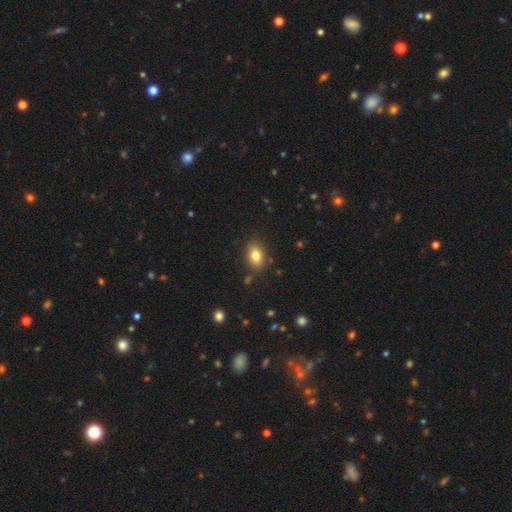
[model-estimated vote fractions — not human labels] smooth-or-featured: smooth: 82% | star or artifact: 9% | featured or disk: 8%
  how-rounded: in between: 80% | round: 19% | cigar-shaped: 1%
  merging: none: 83% | minor disturbance: 11% | major disturbance: 3% | merger: 2%